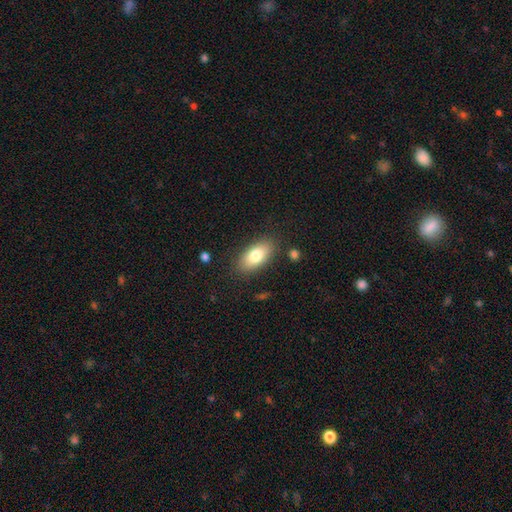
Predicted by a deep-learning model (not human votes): Smooth or featured? smooth (79%)
How rounded? in between (89%)
Merging? none (84%)